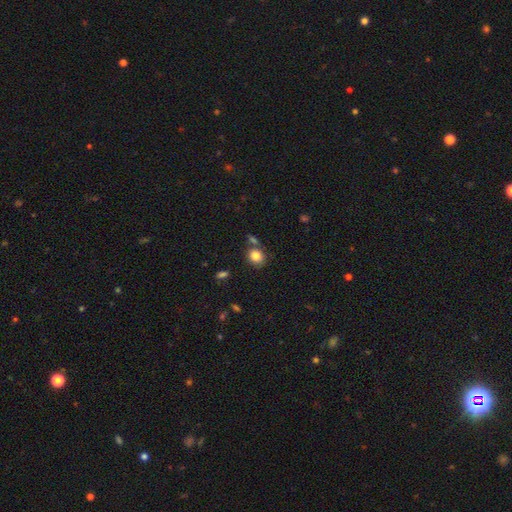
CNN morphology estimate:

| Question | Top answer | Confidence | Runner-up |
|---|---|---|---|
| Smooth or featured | smooth | 84% | star or artifact (10%) |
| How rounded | round | 63% | in between (35%) |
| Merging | none | 69% | merger (14%) |